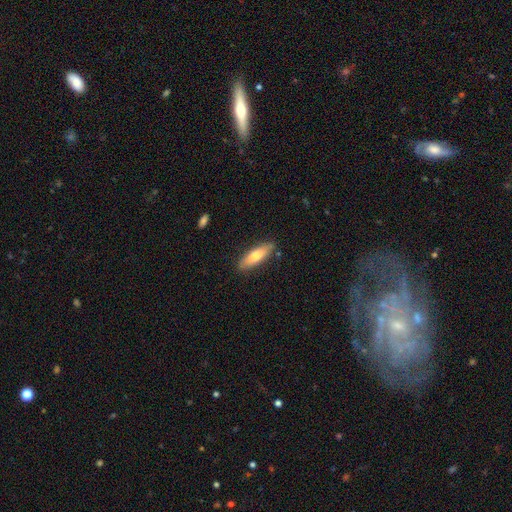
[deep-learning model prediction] Overall: smooth (68%). How rounded: cigar-shaped (53%; in between 45%). Merging: none (84%).